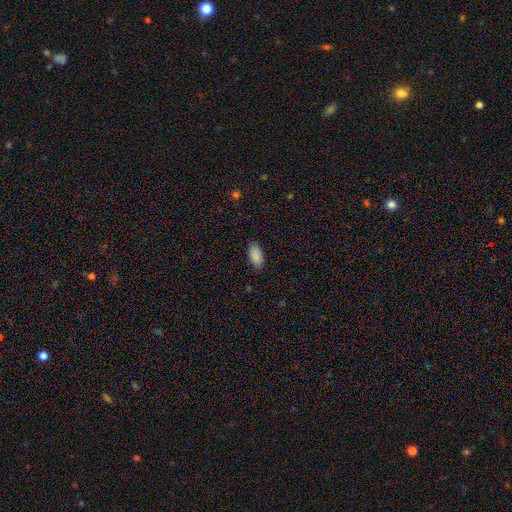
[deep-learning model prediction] Smooth or featured? Predicted: smooth (p=0.88). How rounded? Predicted: in between (p=0.93). Merging? Predicted: none (p=0.85).